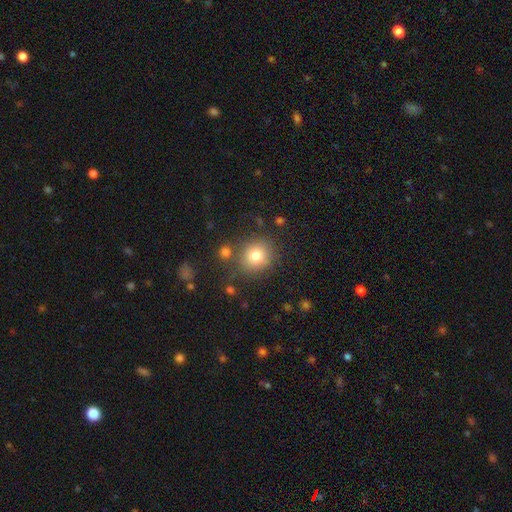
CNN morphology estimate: Smooth or featured? smooth (77%)
How rounded? round (84%)
Merging? none (80%)